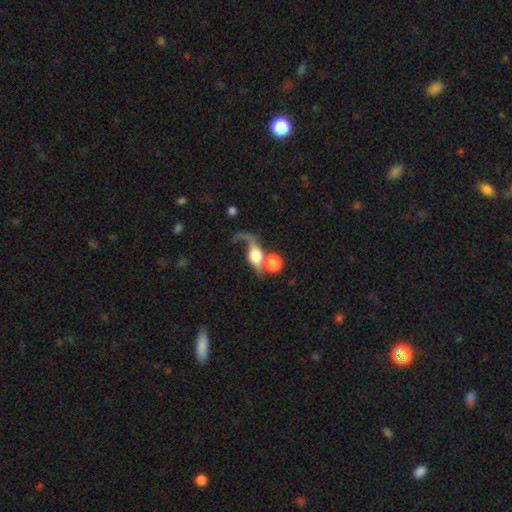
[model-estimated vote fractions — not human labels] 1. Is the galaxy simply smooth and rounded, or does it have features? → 53% featured or disk, 37% smooth, 11% star or artifact.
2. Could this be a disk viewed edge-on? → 81% no, 19% yes.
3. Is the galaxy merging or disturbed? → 37% merger, 26% major disturbance, 25% none, 12% minor disturbance.